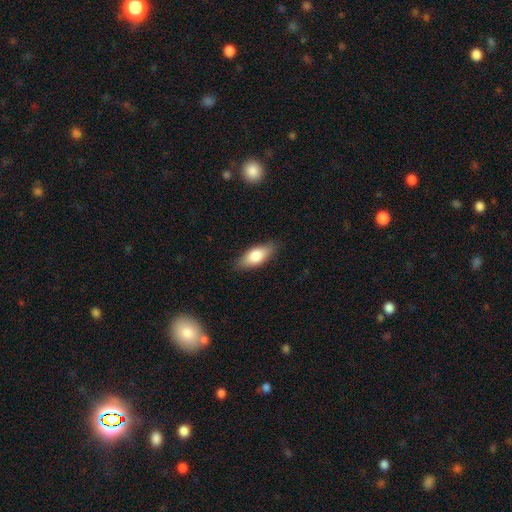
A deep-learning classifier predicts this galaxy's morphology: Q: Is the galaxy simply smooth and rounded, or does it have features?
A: smooth — 77%.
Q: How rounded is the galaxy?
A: in between — 79%.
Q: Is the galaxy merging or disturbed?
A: none — 85%.